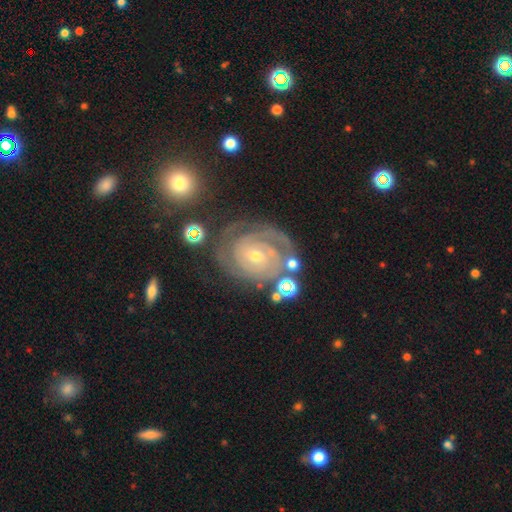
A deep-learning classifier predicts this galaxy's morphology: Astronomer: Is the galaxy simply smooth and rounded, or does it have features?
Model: featured or disk — 89%.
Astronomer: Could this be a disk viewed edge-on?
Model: no — 97%.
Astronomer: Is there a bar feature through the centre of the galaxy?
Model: no — 64%.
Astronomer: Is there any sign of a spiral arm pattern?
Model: yes — 98%.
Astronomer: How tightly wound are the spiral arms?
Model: tight — 80%.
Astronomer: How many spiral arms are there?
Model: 2 — 41% (runner-up: 3, 24%).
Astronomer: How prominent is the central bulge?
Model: small — 63%.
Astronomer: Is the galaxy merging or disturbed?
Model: none — 72%.